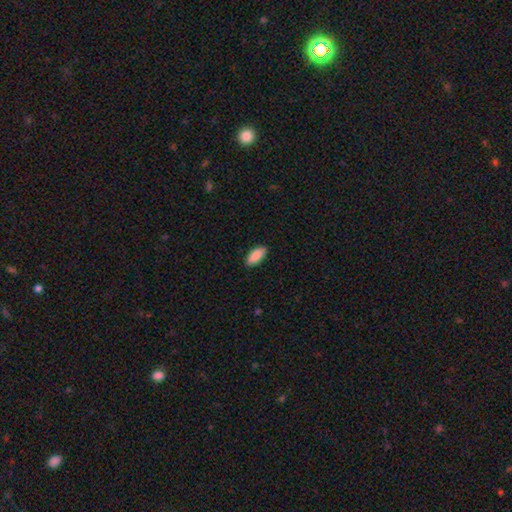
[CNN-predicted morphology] smooth 90%, star or artifact 6%, featured or disk 5%. Down the decision tree: how rounded — in between (88%); merging — none (89%).